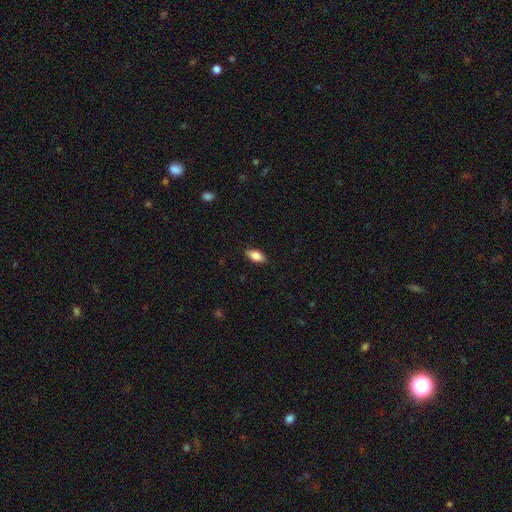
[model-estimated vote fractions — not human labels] A smooth galaxy with no disk features (85%) that is in between round and cigar-shaped (90%).

Vote fractions:
- Smooth or featured? smooth: 85% / featured or disk: 8% / star or artifact: 7%
- How rounded? in between: 90% / cigar-shaped: 6% / round: 4%
- Merging? none: 85% / minor disturbance: 11% / major disturbance: 2% / merger: 1%